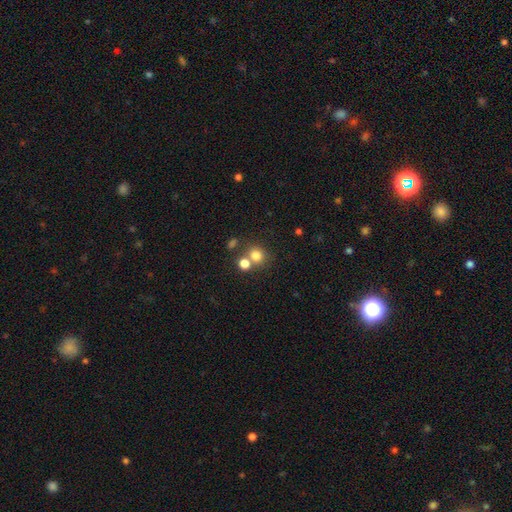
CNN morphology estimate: smooth 76%, star or artifact 15%, featured or disk 9%. Down the decision tree: how rounded — round (82%); merging — none (57%).